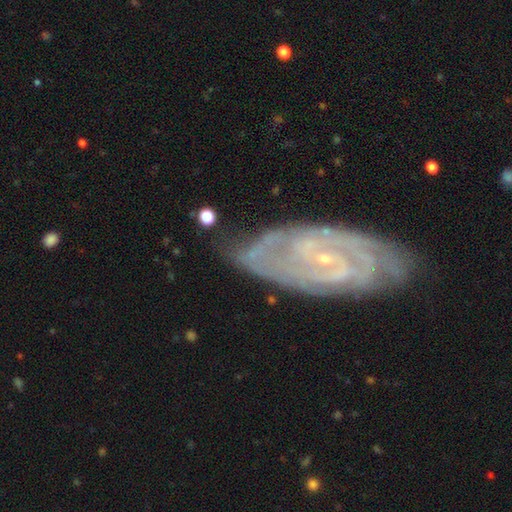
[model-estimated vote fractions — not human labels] Smooth or featured? Predicted: featured or disk (p=0.48). Merging? Predicted: none (p=0.49).